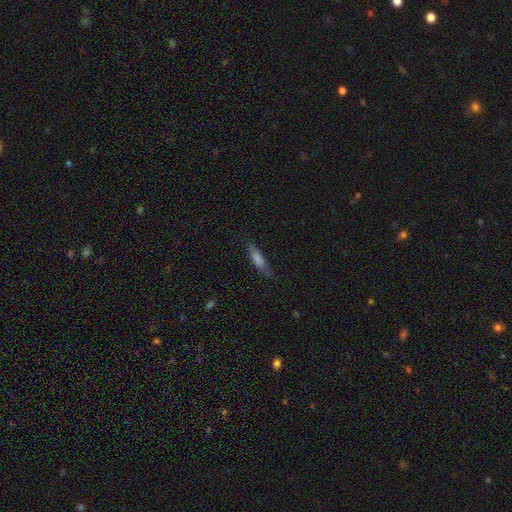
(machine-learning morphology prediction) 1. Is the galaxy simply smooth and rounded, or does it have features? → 57% smooth, 32% featured or disk, 11% star or artifact.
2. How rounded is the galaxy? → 73% cigar-shaped, 24% in between, 2% round.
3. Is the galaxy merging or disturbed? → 75% none, 19% minor disturbance, 5% major disturbance, 1% merger.